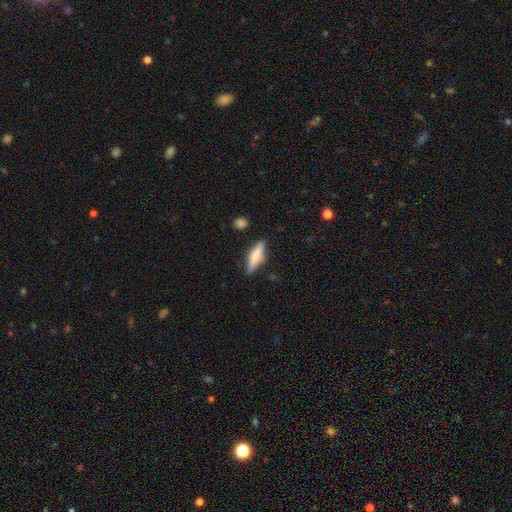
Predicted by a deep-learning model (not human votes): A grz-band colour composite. It shows a smooth galaxy with no disk features (63%) that is cigar-shaped (68%). Merging: none (79%).